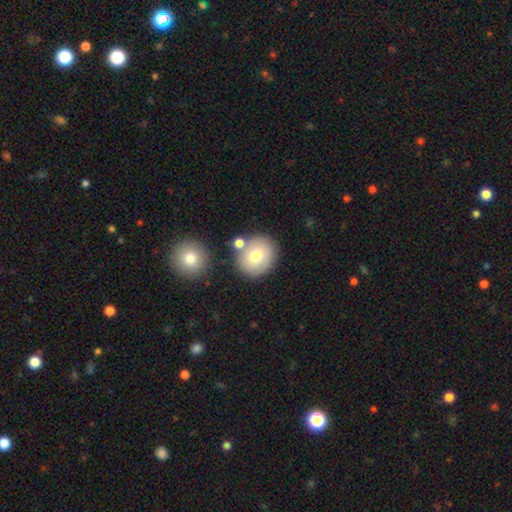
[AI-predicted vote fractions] smooth 75%, featured or disk 17%, star or artifact 8%. Down the decision tree: how rounded — round (78%); merging — none (72%).